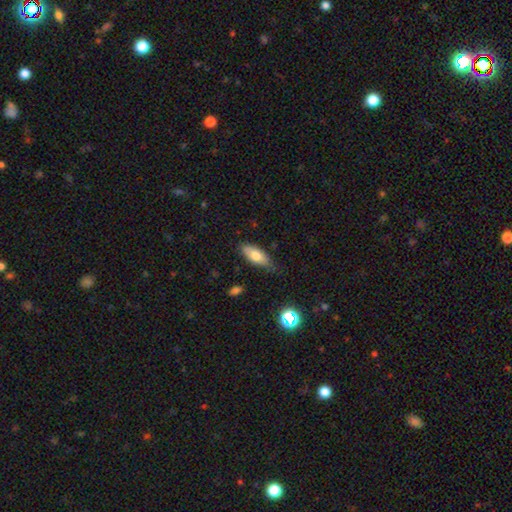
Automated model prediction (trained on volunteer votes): Smooth or featured? Predicted: smooth (p=0.75). How rounded? Predicted: in between (p=0.79). Merging? Predicted: none (p=0.71).